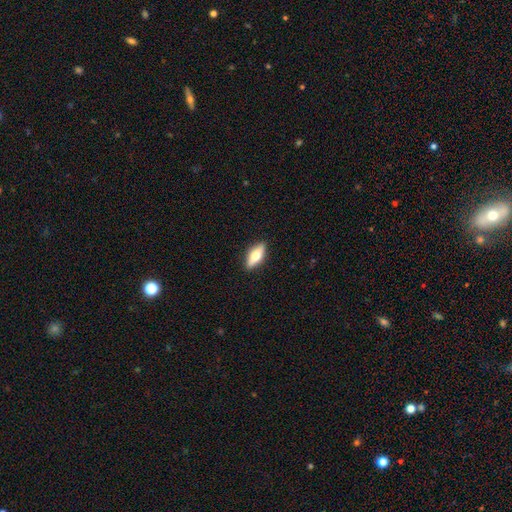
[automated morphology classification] This is possibly a smooth galaxy (54%). How rounded: likely in between (70%). Merging: clearly none (89%).